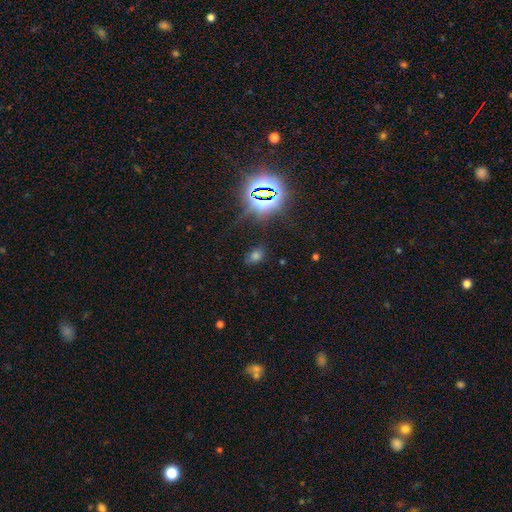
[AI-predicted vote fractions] Smooth or featured? smooth (56%)
How rounded? in between (81%)
Merging? none (75%)